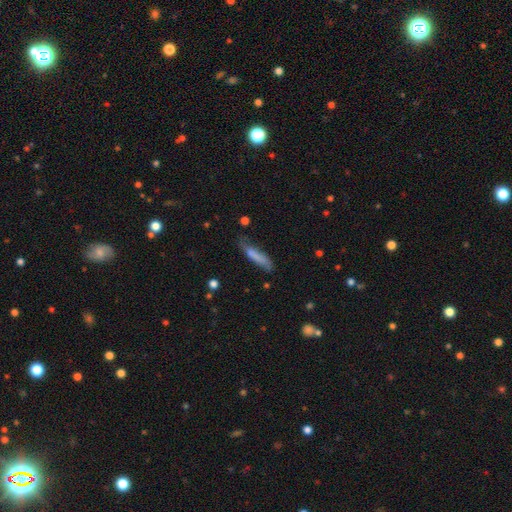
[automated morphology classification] Smooth or featured? smooth (72%)
How rounded? cigar-shaped (83%)
Merging? none (53%)